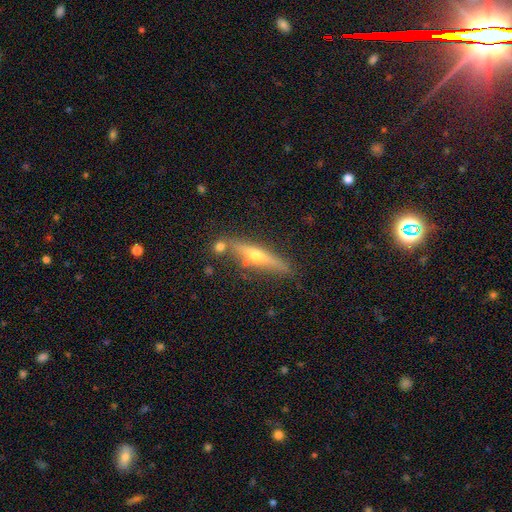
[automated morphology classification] type=featured or disk (65%); edge-on=yes (95%); edge-on bulge=rounded (90%); merging=none (77%).